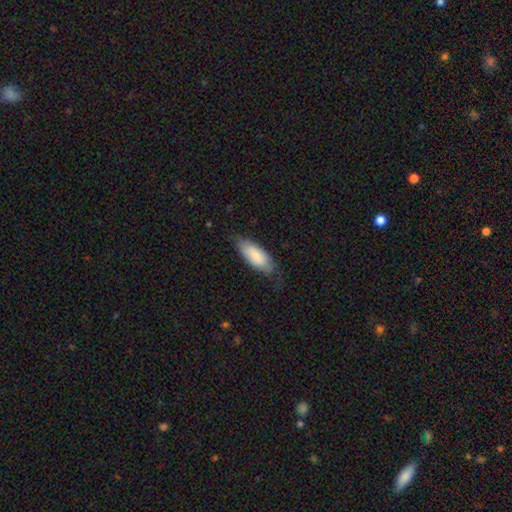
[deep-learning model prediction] A smooth galaxy with no disk features (81%) that is in between round and cigar-shaped (81%).

Vote fractions:
- Smooth or featured? smooth: 81% / featured or disk: 14% / star or artifact: 6%
- How rounded? in between: 81% / cigar-shaped: 18% / round: 2%
- Merging? none: 62% / minor disturbance: 28% / major disturbance: 8% / merger: 1%